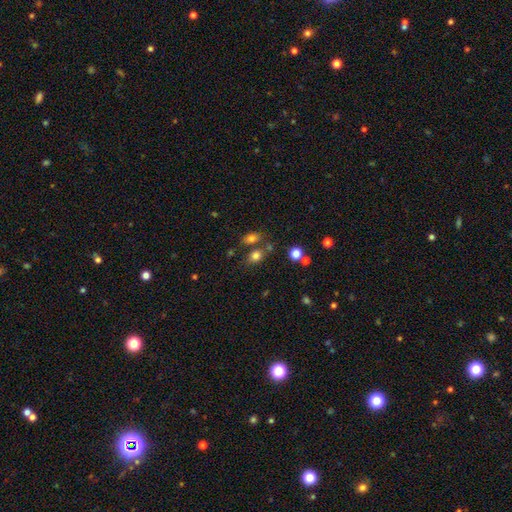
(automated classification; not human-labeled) A smooth galaxy with no disk features (78%) that is in between round and cigar-shaped (67%). Merging: none (60%).